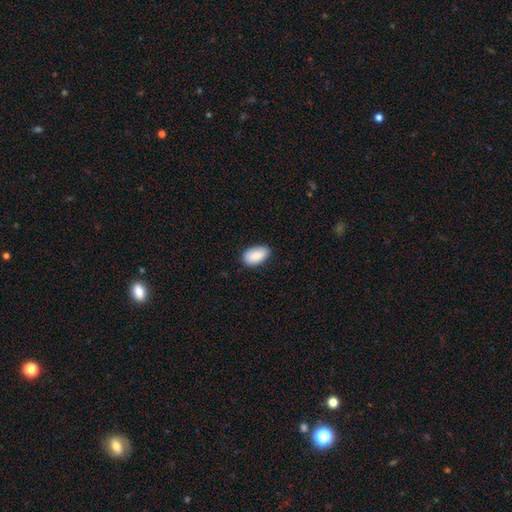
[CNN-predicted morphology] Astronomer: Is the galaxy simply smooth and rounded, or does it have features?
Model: smooth — 88%.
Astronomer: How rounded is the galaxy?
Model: in between — 94%.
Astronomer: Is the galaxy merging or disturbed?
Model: none — 78%.